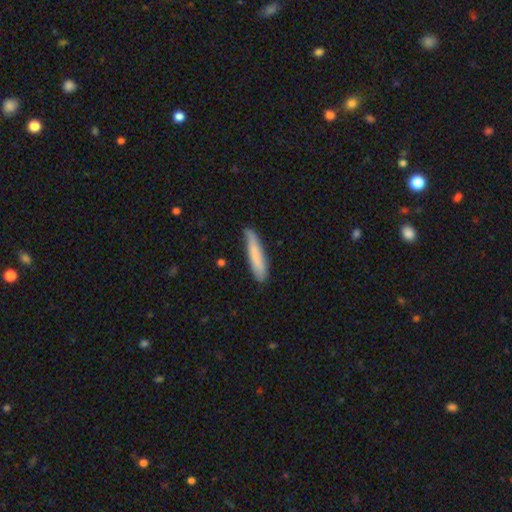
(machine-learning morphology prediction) Smooth or featured: smooth — 79% (featured or disk — 16%)
How rounded: cigar-shaped — 90% (in between — 9%)
Merging: none — 75% (minor disturbance — 21%)